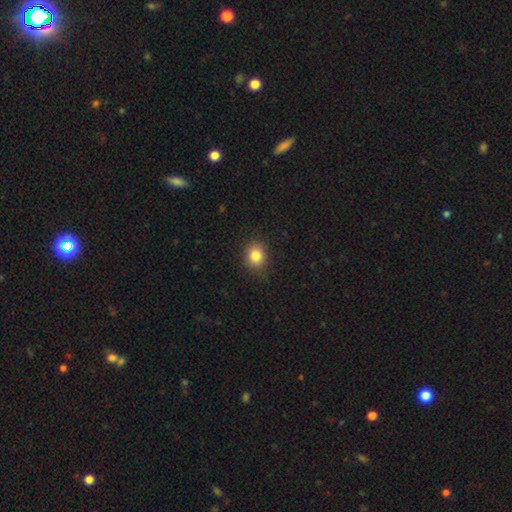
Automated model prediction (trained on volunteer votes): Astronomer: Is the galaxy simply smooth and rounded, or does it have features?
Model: smooth — 83%.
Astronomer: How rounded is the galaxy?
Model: round — 67%.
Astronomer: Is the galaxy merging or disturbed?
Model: none — 86%.